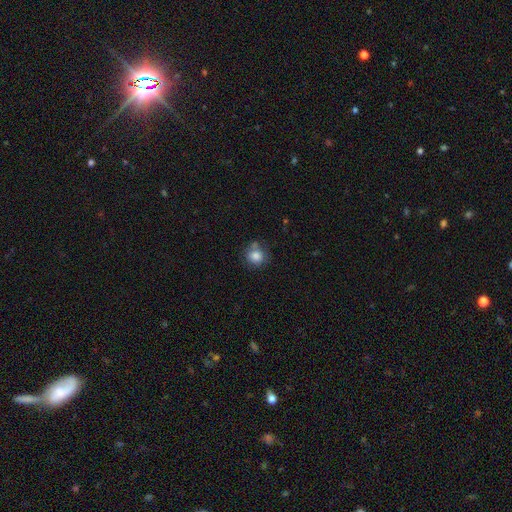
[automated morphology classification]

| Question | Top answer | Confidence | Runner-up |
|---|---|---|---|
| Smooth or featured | smooth | 82% | star or artifact (10%) |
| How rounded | round | 86% | in between (13%) |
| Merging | none | 64% | minor disturbance (19%) |